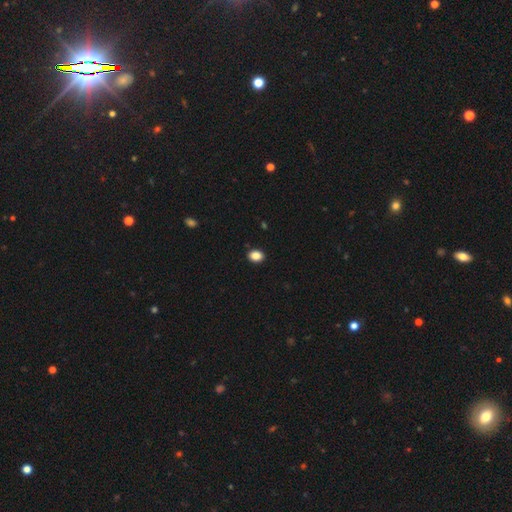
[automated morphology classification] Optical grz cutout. It shows a smooth galaxy with no disk features (87%) that is in between round and cigar-shaped (64%). Merging: none (91%).